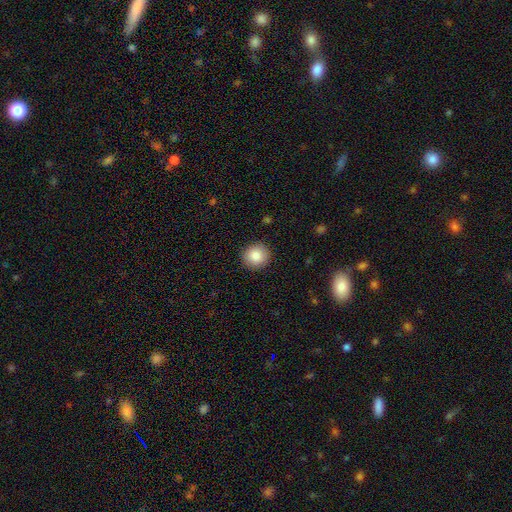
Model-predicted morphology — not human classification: The model was most divided on "smooth or featured": smooth: 86%, star or artifact: 8%, featured or disk: 6%. More confident: merging — none (91%); how rounded — round (90%).